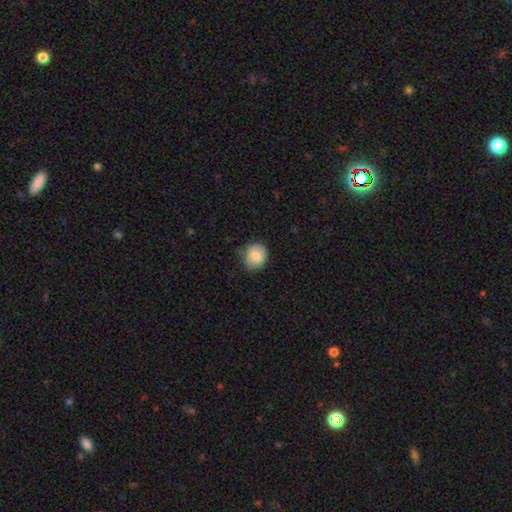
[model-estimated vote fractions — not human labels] The model was most divided on "how rounded": round: 71%, in between: 28%, cigar-shaped: 1%. More confident: smooth or featured — smooth (79%); merging — none (70%).